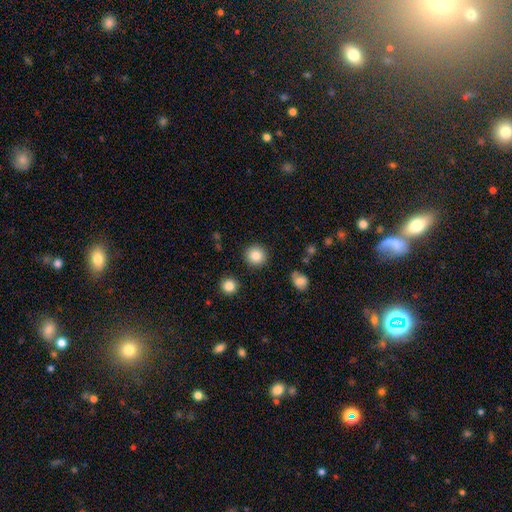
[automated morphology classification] Smooth or featured?
  - smooth: 85% *
  - star or artifact: 9%
  - featured or disk: 6%
How rounded?
  - round: 93% *
  - in between: 6%
  - cigar-shaped: 1%
Merging?
  - none: 90% *
  - minor disturbance: 6%
  - major disturbance: 2%
  - merger: 2%